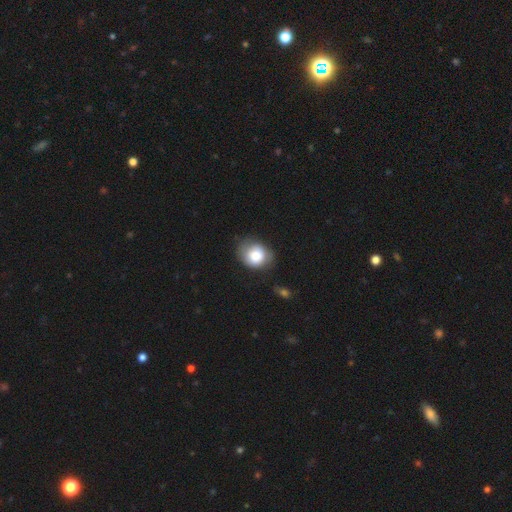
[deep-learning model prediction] smooth 81%, featured or disk 11%, star or artifact 8%. Down the decision tree: how rounded — round (61%); merging — none (61%).